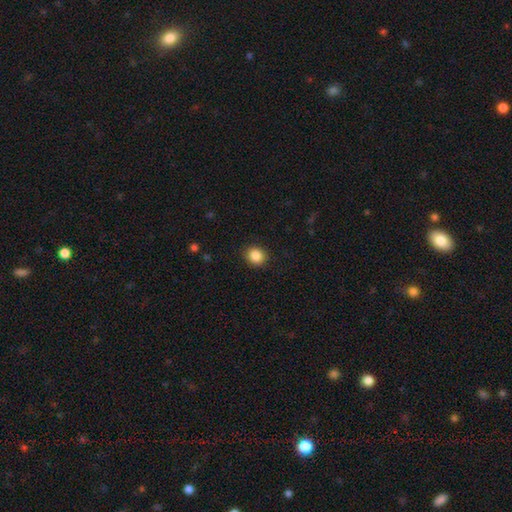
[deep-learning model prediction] smooth 87%, star or artifact 9%, featured or disk 4%. Down the decision tree: how rounded — round (72%); merging — none (89%).